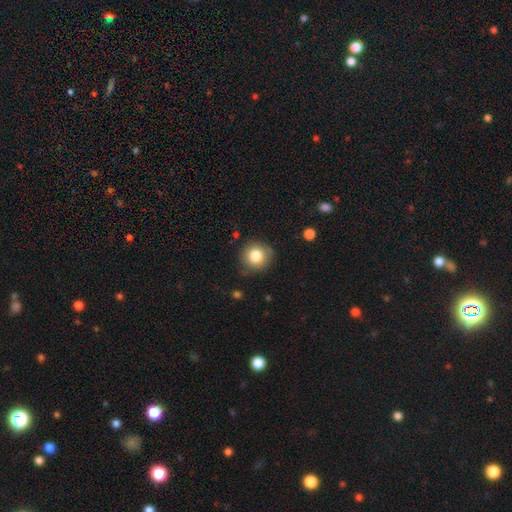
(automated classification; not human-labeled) smooth_or_featured: smooth (p=0.82) [alt: star or artifact p=0.10]
how_rounded: round (p=0.91) [alt: in between p=0.08]
merging: none (p=0.81) [alt: minor disturbance p=0.14]